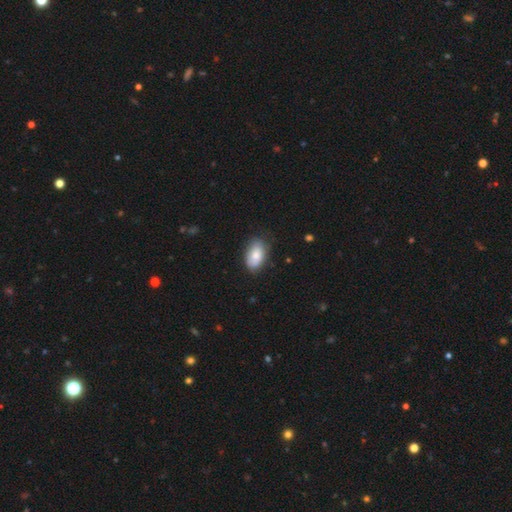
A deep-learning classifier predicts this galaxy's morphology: smooth_or_featured: smooth (p=0.81) [alt: featured or disk p=0.13]
how_rounded: in between (p=0.93) [alt: round p=0.06]
merging: none (p=0.74) [alt: minor disturbance p=0.21]